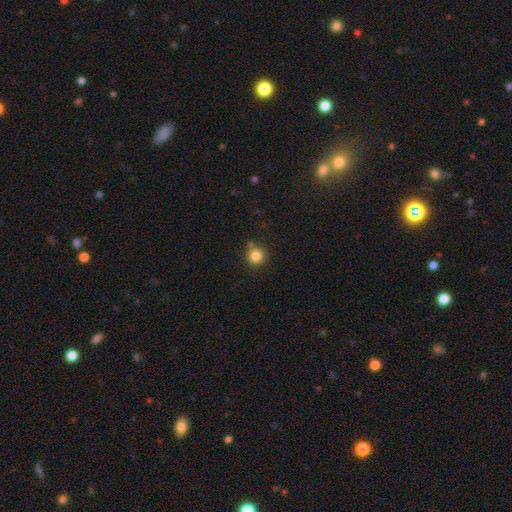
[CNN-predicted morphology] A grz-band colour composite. It shows a smooth galaxy with no disk features (83%) that is round (94%). Merging: none (78%).